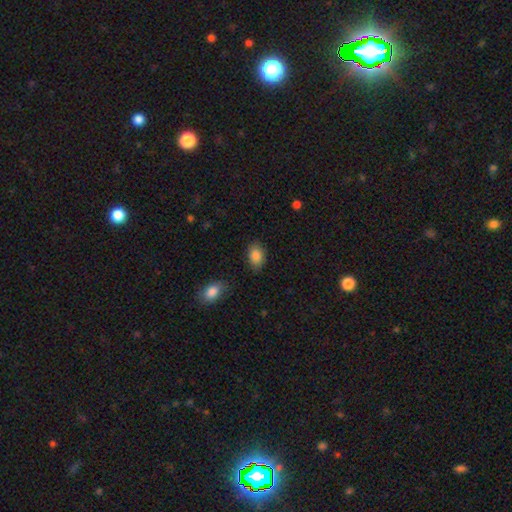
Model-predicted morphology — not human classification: The model was most divided on "how rounded": in between: 84%, round: 15%, cigar-shaped: 1%. More confident: smooth or featured — smooth (87%); merging — none (83%).